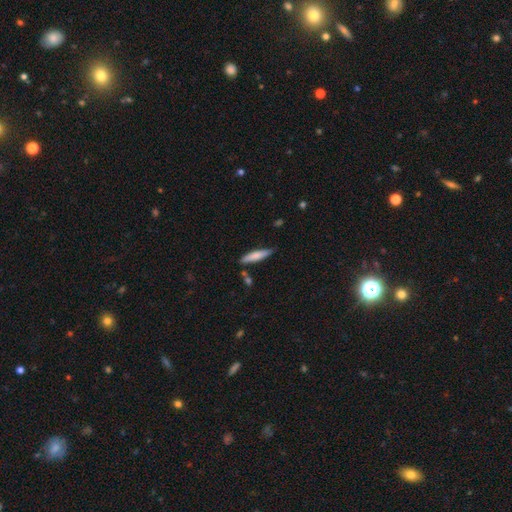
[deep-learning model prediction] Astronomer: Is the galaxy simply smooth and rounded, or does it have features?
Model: smooth — 73%.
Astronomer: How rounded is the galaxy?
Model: cigar-shaped — 83%.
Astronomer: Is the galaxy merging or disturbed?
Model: none — 78%.